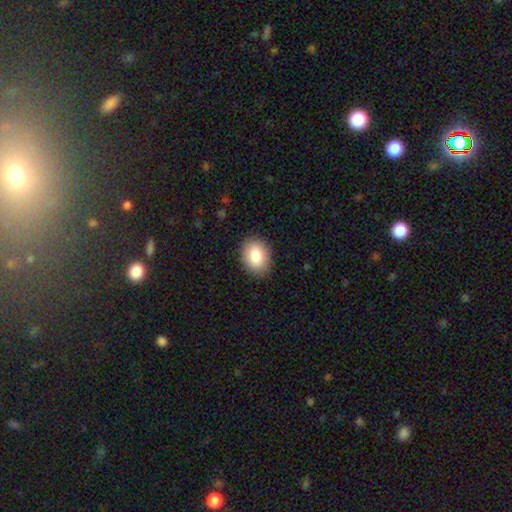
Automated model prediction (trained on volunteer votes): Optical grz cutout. It shows a smooth galaxy with no disk features (84%) that is in between round and cigar-shaped (70%). Merging: none (87%).